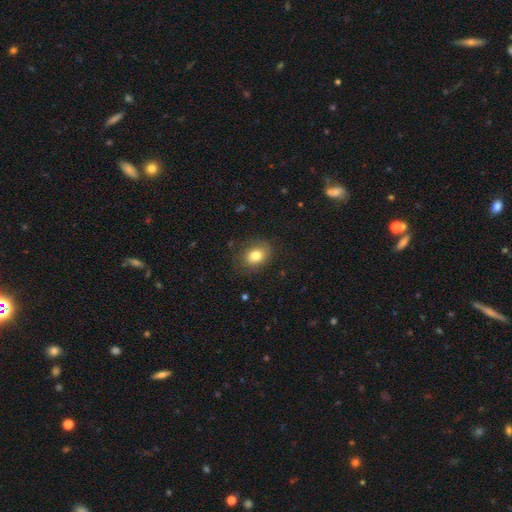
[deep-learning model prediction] smooth-or-featured: smooth: 80% | featured or disk: 11% | star or artifact: 10%
  how-rounded: in between: 58% | round: 41% | cigar-shaped: 1%
  merging: none: 79% | minor disturbance: 15% | major disturbance: 5% | merger: 1%